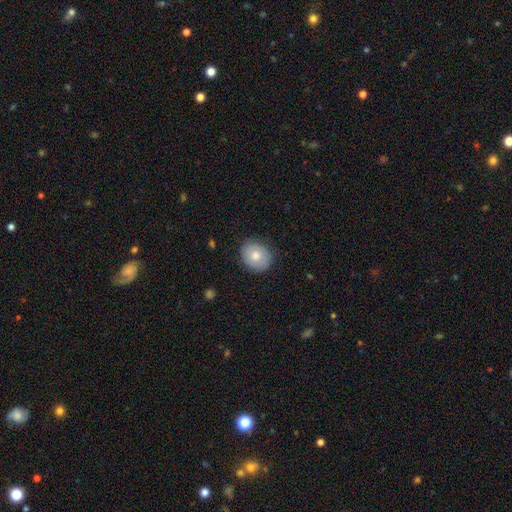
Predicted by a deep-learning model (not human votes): A smooth galaxy with no disk features (77%) that is round (59%).

Vote fractions:
- Smooth or featured? smooth: 77% / featured or disk: 16% / star or artifact: 7%
- How rounded? round: 59% / in between: 40% / cigar-shaped: 1%
- Merging? none: 83% / minor disturbance: 13% / major disturbance: 3% / merger: 1%